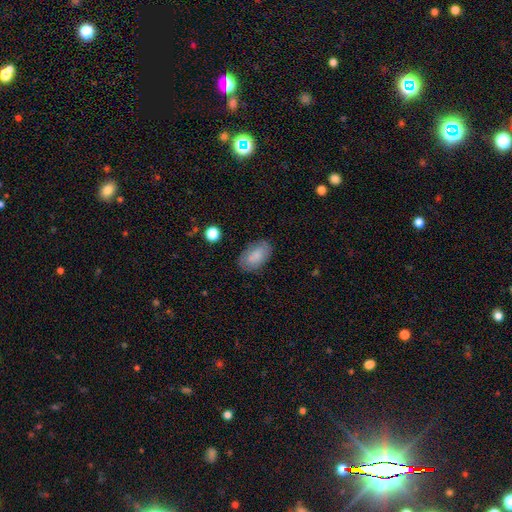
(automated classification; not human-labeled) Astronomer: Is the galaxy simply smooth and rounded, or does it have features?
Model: smooth — 78%.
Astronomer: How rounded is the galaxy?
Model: in between — 93%.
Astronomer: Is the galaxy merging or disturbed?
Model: none — 77%.